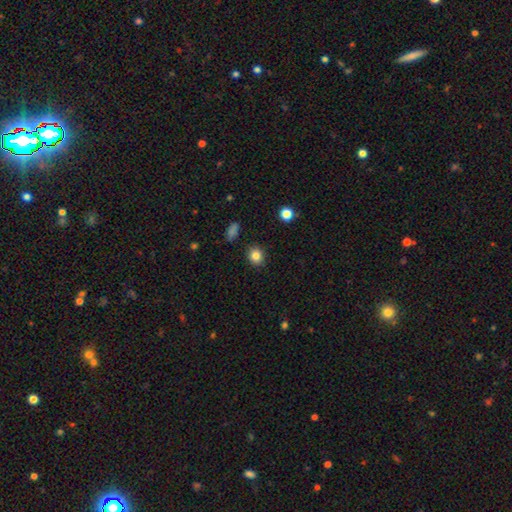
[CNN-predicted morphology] Smooth or featured? smooth (84%)
How rounded? round (71%)
Merging? none (89%)